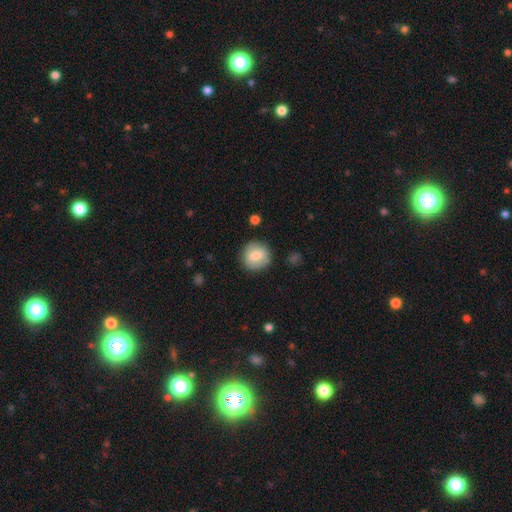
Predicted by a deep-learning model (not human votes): A smooth galaxy with no disk features (73%) that is round (87%).

Vote fractions:
- Smooth or featured? smooth: 73% / featured or disk: 20% / star or artifact: 7%
- How rounded? round: 87% / in between: 12% / cigar-shaped: 1%
- Merging? none: 84% / minor disturbance: 11% / major disturbance: 3% / merger: 2%